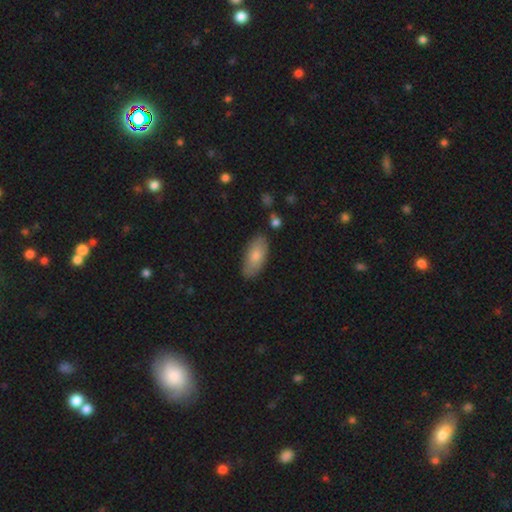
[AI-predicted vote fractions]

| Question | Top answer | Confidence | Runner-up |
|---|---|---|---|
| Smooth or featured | smooth | 78% | featured or disk (16%) |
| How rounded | in between | 90% | cigar-shaped (8%) |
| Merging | none | 79% | minor disturbance (15%) |